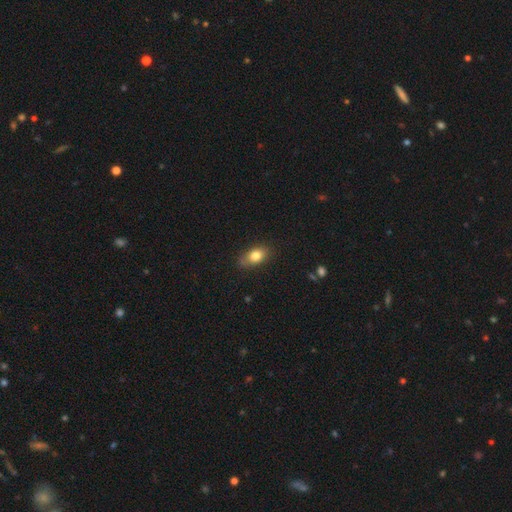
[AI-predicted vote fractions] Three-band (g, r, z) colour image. It shows a smooth galaxy with no disk features (81%) that is in between round and cigar-shaped (82%). Merging: none (75%).